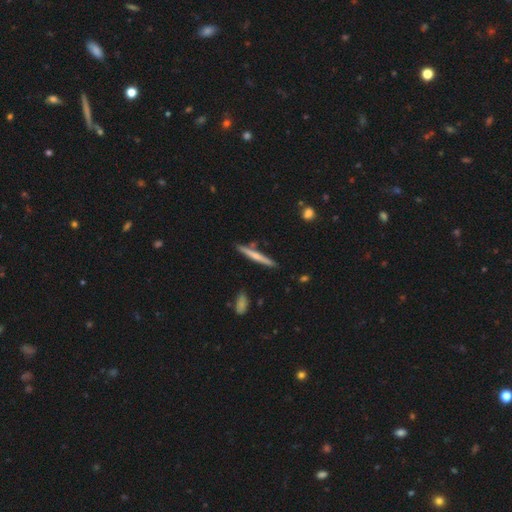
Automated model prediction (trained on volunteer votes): Overall: featured or disk (48%; smooth 46%). Merging: none (85%).